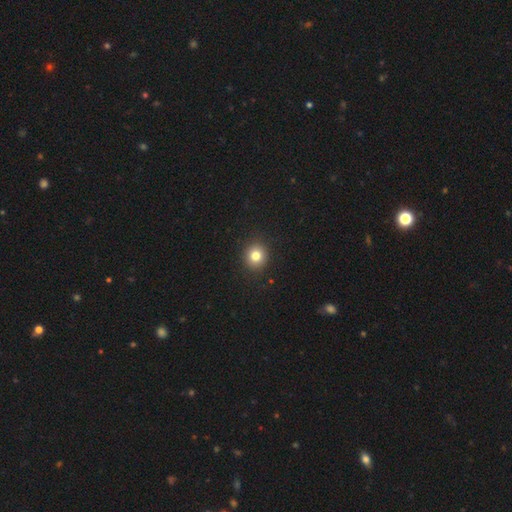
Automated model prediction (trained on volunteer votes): This is clearly a smooth galaxy (81%). How rounded: clearly round (85%). Merging: clearly none (91%).